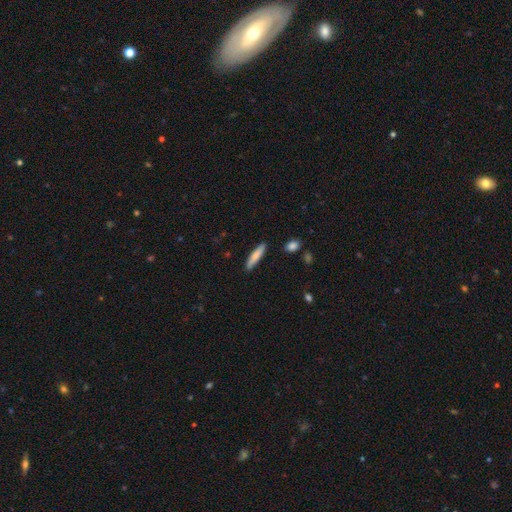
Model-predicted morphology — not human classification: Overall: smooth (75%). How rounded: cigar-shaped (84%). Merging: none (86%).